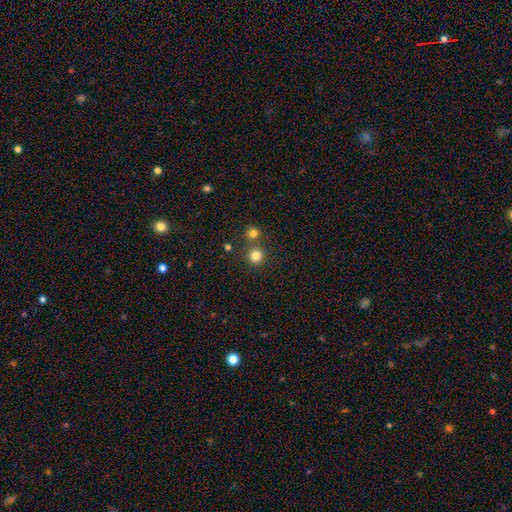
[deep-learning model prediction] A smooth galaxy with no disk features (80%) that is round (94%).

Vote fractions:
- Smooth or featured? smooth: 80% / star or artifact: 15% / featured or disk: 5%
- How rounded? round: 94% / in between: 5% / cigar-shaped: 1%
- Merging? none: 78% / merger: 14% / minor disturbance: 6% / major disturbance: 2%